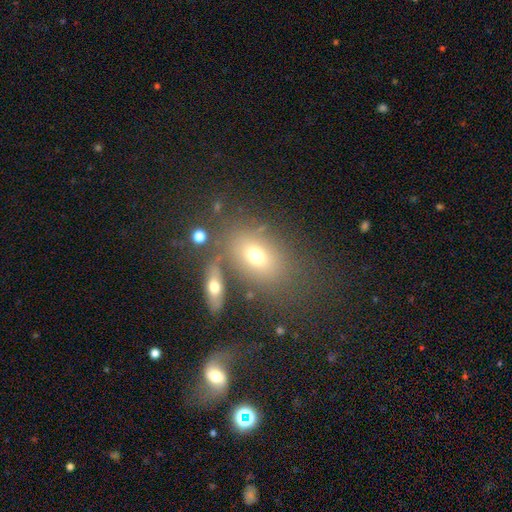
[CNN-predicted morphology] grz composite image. It shows a smooth galaxy with no disk features (67%) that is in between round and cigar-shaped (76%). Merging: none (63%).